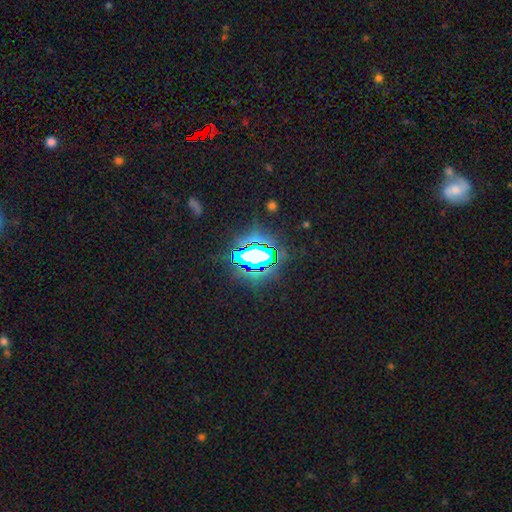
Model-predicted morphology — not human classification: Smooth or featured?
  - star or artifact: 72% *
  - smooth: 16%
  - featured or disk: 12%